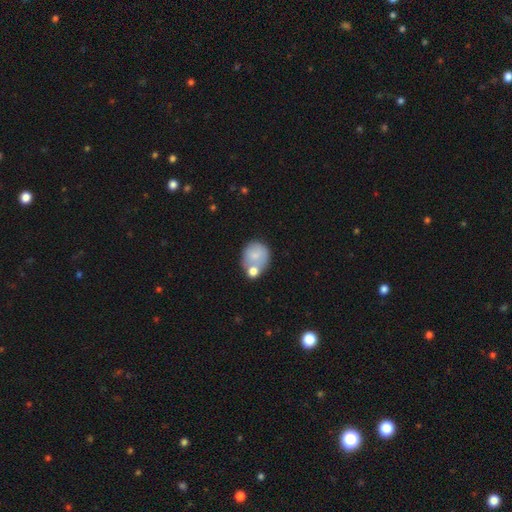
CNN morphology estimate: Overall: smooth (76%). How rounded: round (74%). Merging: none (46%; merger 32%).